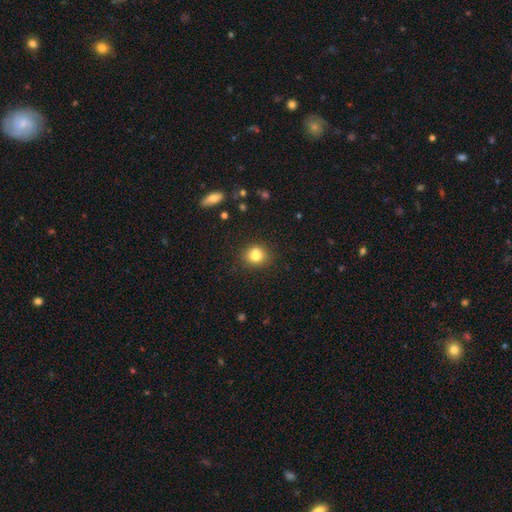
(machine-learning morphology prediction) Smooth or featured?
  - smooth: 82% *
  - star or artifact: 11%
  - featured or disk: 7%
How rounded?
  - round: 80% *
  - in between: 19%
  - cigar-shaped: 1%
Merging?
  - none: 85% *
  - minor disturbance: 10%
  - major disturbance: 3%
  - merger: 2%